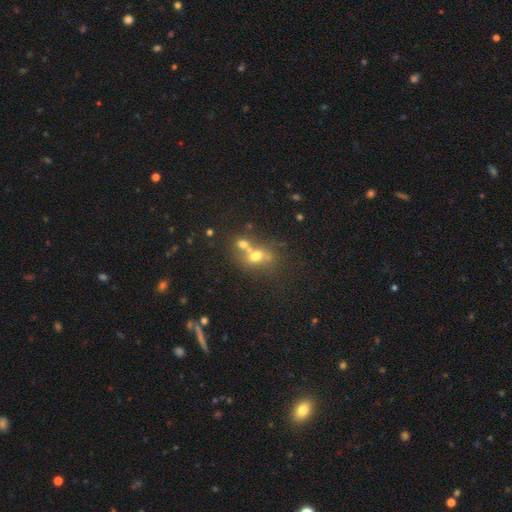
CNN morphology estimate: Q: Smooth or featured?
A: smooth (61%); runner-up: featured or disk (22%)
Q: How rounded?
A: round (49%); tied with: in between (49%)
Q: Merging?
A: merger (53%); runner-up: none (31%)